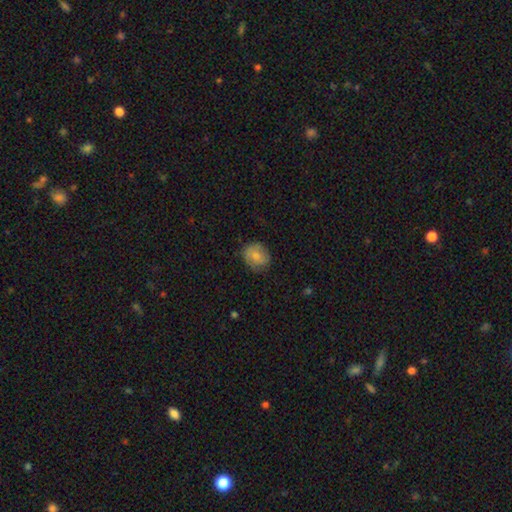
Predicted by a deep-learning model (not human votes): The model was most divided on "how rounded": round: 71%, in between: 28%, cigar-shaped: 1%. More confident: merging — none (74%); smooth or featured — smooth (71%).